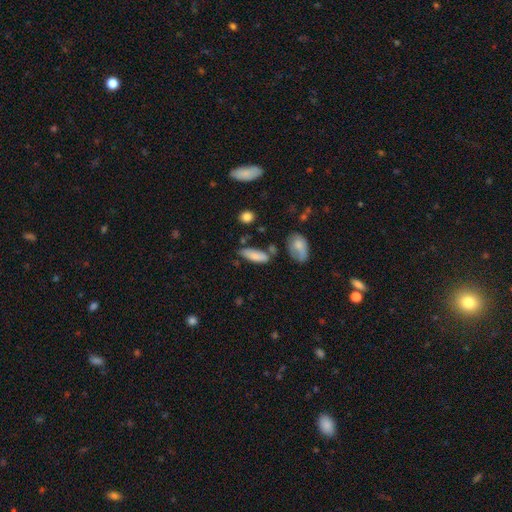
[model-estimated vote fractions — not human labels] smooth_or_featured: smooth (p=0.82) [alt: featured or disk p=0.11]
how_rounded: in between (p=0.60) [alt: cigar-shaped p=0.38]
merging: none (p=0.62) [alt: minor disturbance p=0.22]